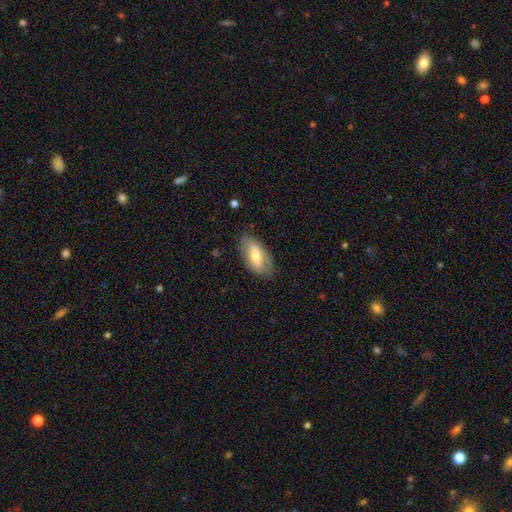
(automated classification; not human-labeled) This is possibly a smooth galaxy (59%). How rounded: clearly in between (91%). Merging: likely none (76%).